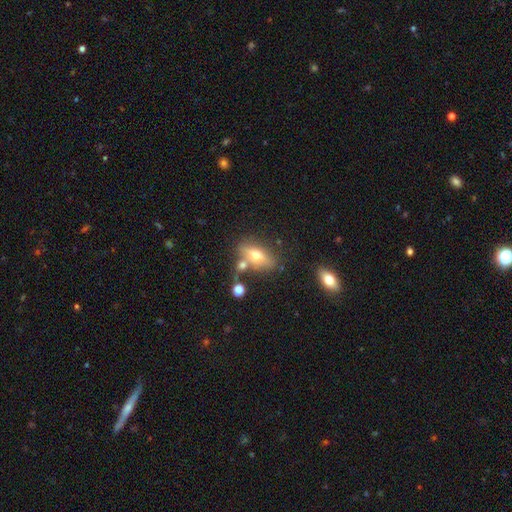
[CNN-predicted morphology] This appears to be a smooth galaxy with no disk features (57%) that is in between round and cigar-shaped (74%). Merging: none (61%).